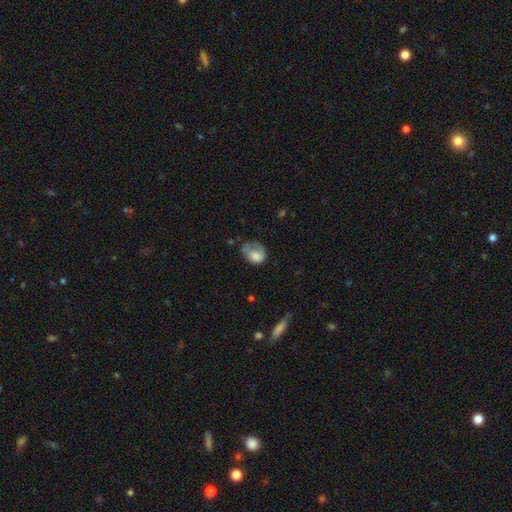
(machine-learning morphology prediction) A smooth galaxy with no disk features (65%) that is in between round and cigar-shaped (58%).

Vote fractions:
- Smooth or featured? smooth: 65% / featured or disk: 27% / star or artifact: 8%
- How rounded? in between: 58% / round: 41% / cigar-shaped: 1%
- Merging? major disturbance: 36% / minor disturbance: 32% / none: 29% / merger: 3%